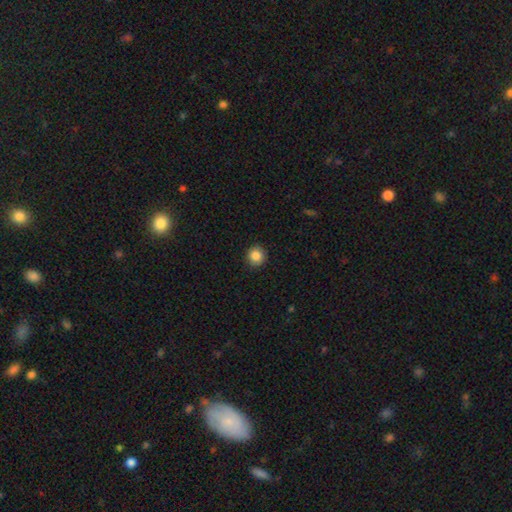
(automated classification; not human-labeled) Smooth or featured? smooth (87%)
How rounded? round (91%)
Merging? none (91%)